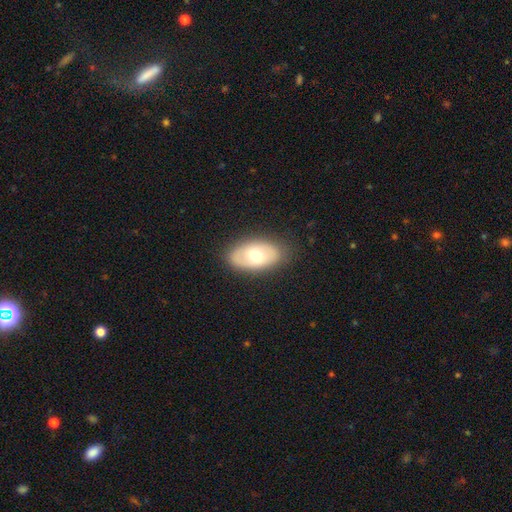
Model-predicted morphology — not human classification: This appears to be a smooth galaxy with no disk features (58%) that is in between round and cigar-shaped (91%). Merging: none (83%).